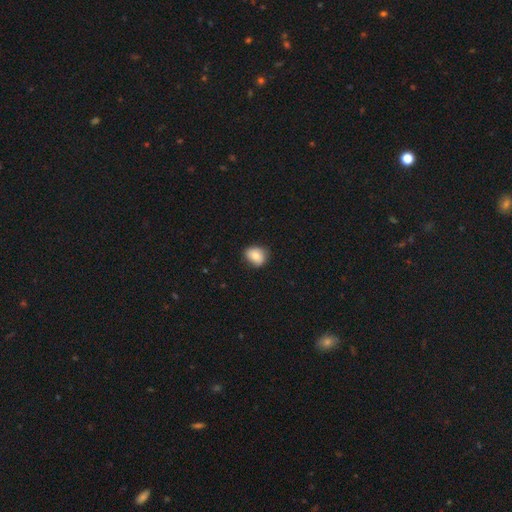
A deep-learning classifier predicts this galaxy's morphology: The model was most divided on "how rounded": round: 57%, in between: 42%, cigar-shaped: 1%. More confident: smooth or featured — smooth (78%); merging — none (73%).